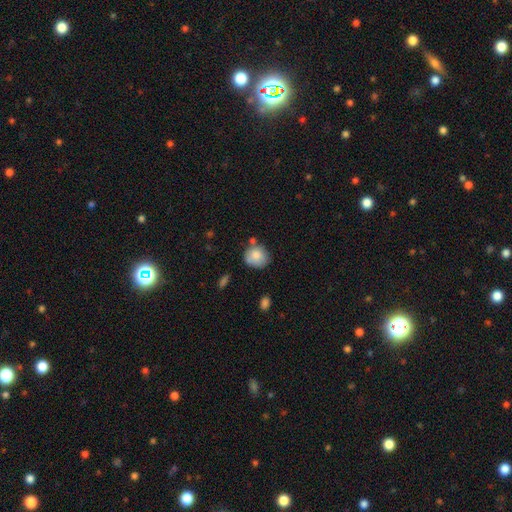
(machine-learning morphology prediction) Overall: smooth (83%). How rounded: round (76%). Merging: none (60%; minor disturbance 23%).